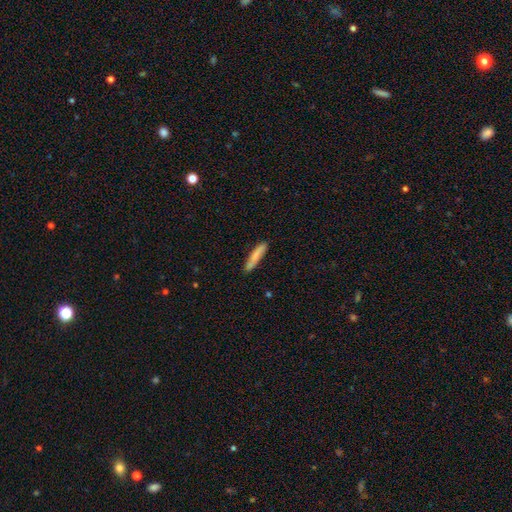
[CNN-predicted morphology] Smooth or featured?
  - smooth: 78% *
  - featured or disk: 17%
  - star or artifact: 6%
How rounded?
  - cigar-shaped: 89% *
  - in between: 9%
  - round: 1%
Merging?
  - none: 84% *
  - minor disturbance: 12%
  - major disturbance: 2%
  - merger: 2%